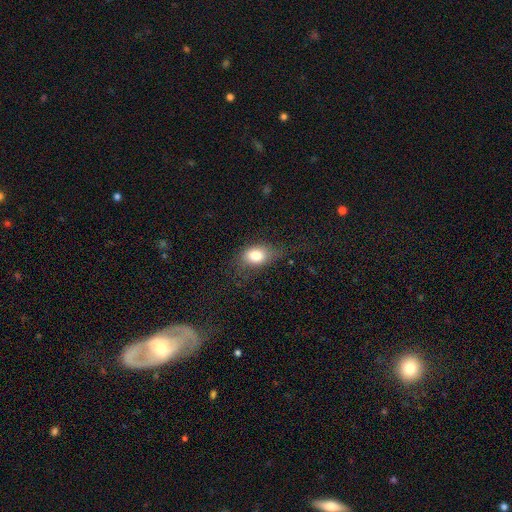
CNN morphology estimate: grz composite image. It shows a smooth galaxy with no disk features (78%) that is in between round and cigar-shaped (71%). Merging: none (55%).